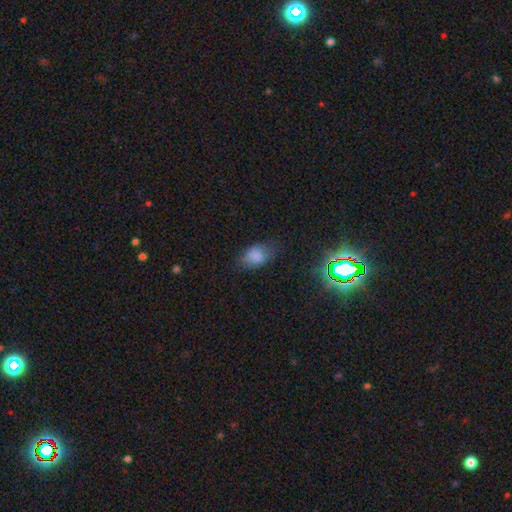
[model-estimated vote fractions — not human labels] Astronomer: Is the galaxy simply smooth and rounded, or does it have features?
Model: smooth — 80%.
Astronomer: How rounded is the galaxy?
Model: in between — 84%.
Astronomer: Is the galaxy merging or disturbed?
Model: none — 65%.